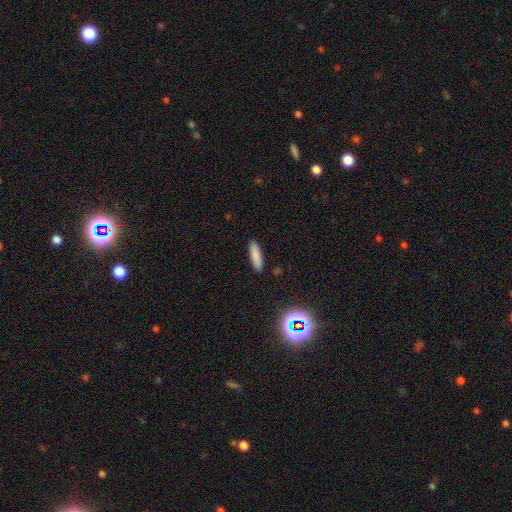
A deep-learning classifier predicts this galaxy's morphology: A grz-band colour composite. It shows a smooth galaxy with no disk features (83%) that is cigar-shaped (69%). Merging: none (90%).